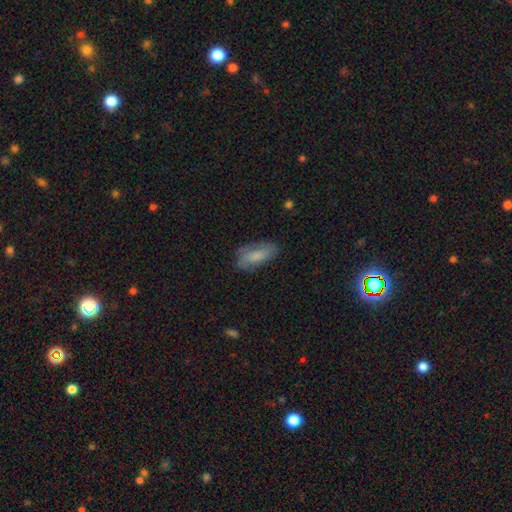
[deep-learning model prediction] smooth-or-featured: smooth: 72% | featured or disk: 21% | star or artifact: 7%
  how-rounded: in between: 83% | cigar-shaped: 14% | round: 3%
  merging: none: 68% | minor disturbance: 23% | major disturbance: 8% | merger: 2%